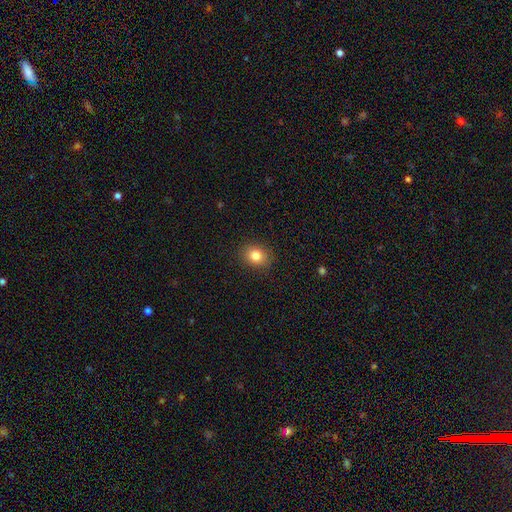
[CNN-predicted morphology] A smooth galaxy with no disk features (83%) that is round (60%). Merging: none (89%).